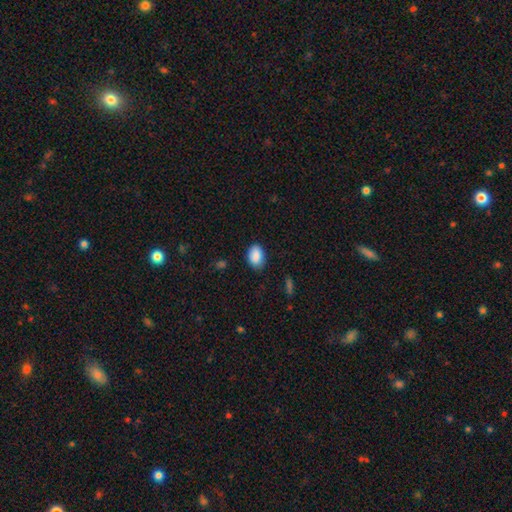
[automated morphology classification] Overall: smooth (89%). How rounded: in between (86%). Merging: none (80%).